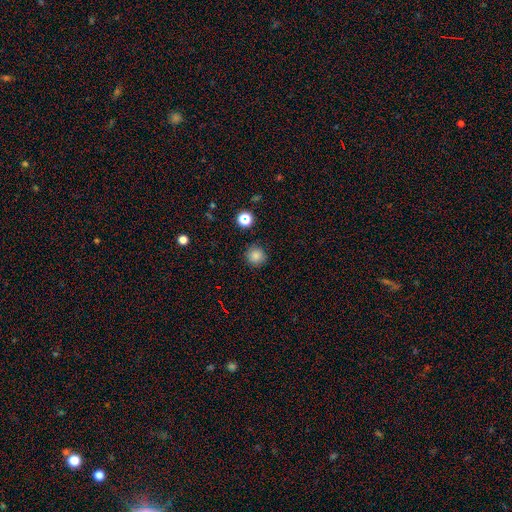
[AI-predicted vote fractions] This is clearly a smooth galaxy (81%). How rounded: clearly round (95%). Merging: clearly none (88%).